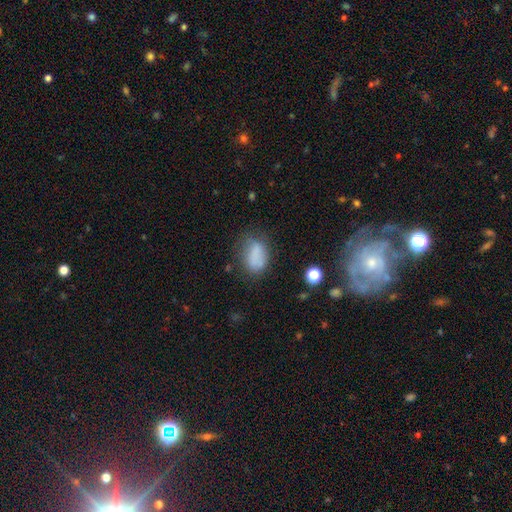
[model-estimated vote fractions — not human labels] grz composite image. It shows a smooth galaxy with no disk features (75%) that is in between round and cigar-shaped (83%). Merging: none (52%).